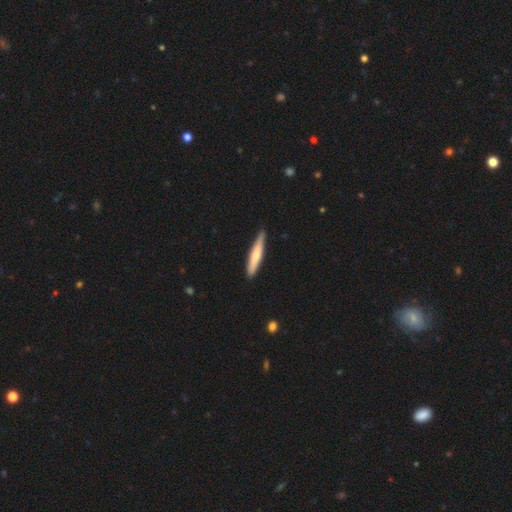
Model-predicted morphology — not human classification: This appears to be a smooth galaxy with no disk features (63%) that is cigar-shaped (92%). Merging: none (85%).